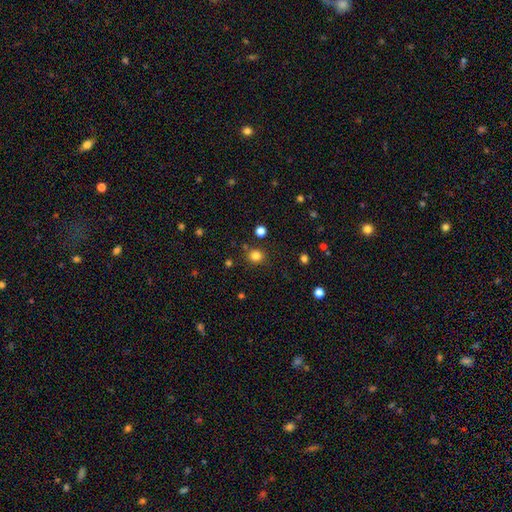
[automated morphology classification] Smooth or featured? Predicted: smooth (p=0.81). How rounded? Predicted: round (p=0.83). Merging? Predicted: none (p=0.84).